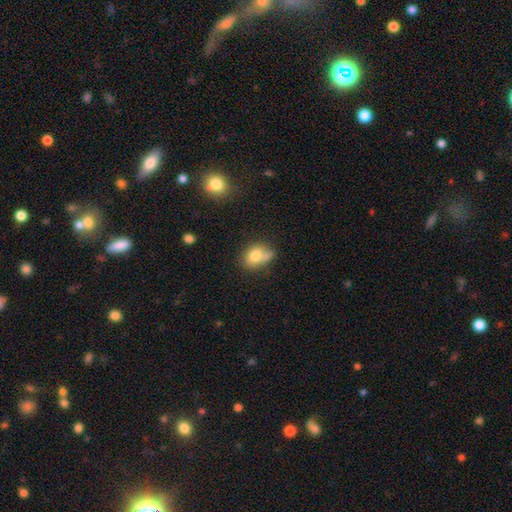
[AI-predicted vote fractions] Smooth or featured? smooth (78%)
How rounded? in between (68%)
Merging? none (42%)